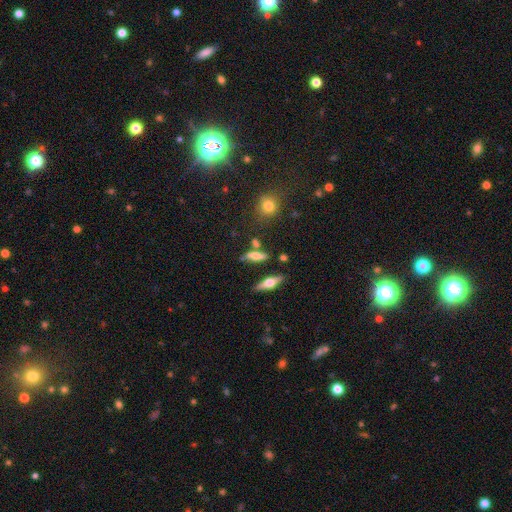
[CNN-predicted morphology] This appears to be a smooth galaxy with no disk features (58%) that is cigar-shaped (53%). Merging: none (69%).